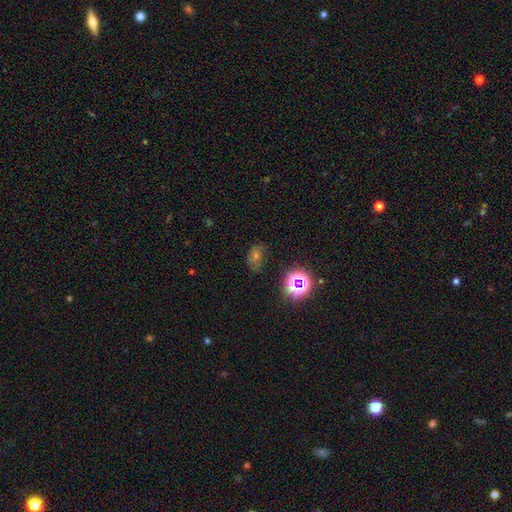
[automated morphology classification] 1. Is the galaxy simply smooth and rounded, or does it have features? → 40% smooth (tied), 40% star or artifact (tied), 21% featured or disk.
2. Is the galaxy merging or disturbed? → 66% none, 22% minor disturbance, 9% major disturbance, 2% merger.